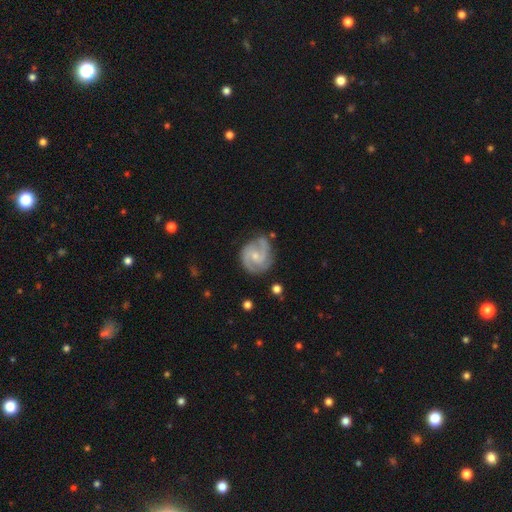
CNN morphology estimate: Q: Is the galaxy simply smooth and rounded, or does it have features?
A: featured or disk — 88%.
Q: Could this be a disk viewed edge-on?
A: no — 98%.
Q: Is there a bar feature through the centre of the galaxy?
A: no — 51%.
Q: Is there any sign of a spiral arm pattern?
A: yes — 98%.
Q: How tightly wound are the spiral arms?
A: medium — 51%.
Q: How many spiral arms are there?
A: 2 — 70%.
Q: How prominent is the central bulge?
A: small — 66%.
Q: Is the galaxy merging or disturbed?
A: none — 74%.